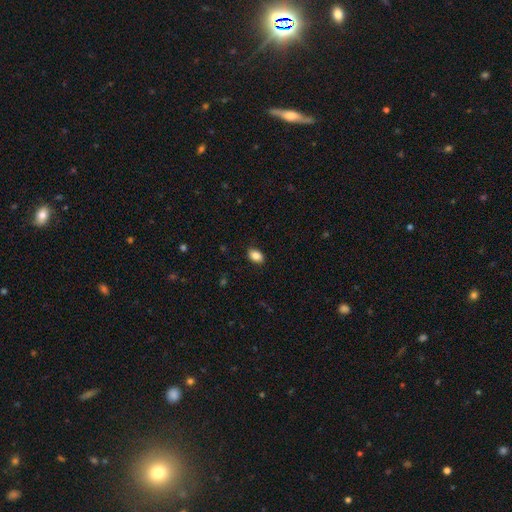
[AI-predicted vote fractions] Smooth or featured: smooth — 87% (star or artifact — 8%)
How rounded: in between — 85% (round — 14%)
Merging: none — 87% (minor disturbance — 10%)